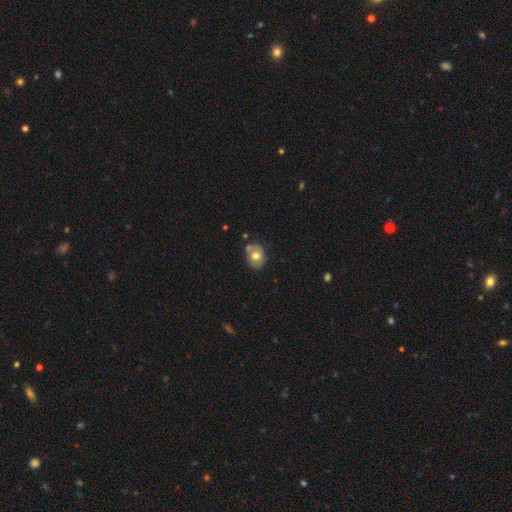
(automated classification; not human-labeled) Q: Smooth or featured?
A: smooth (68%); runner-up: featured or disk (24%)
Q: How rounded?
A: in between (57%); runner-up: round (42%)
Q: Merging?
A: none (71%); runner-up: minor disturbance (16%)